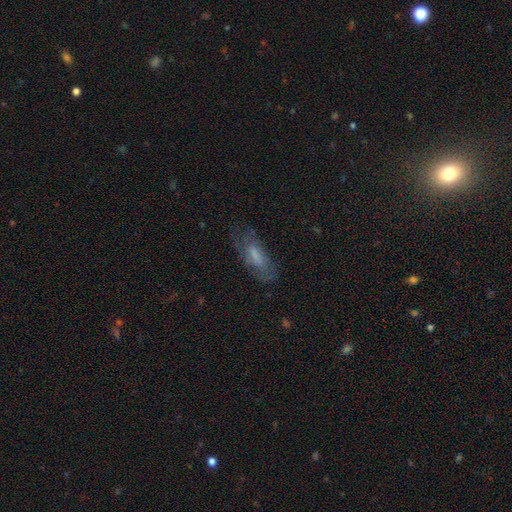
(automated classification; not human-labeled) The model was most divided on "smooth or featured": smooth: 49%, featured or disk: 41%, star or artifact: 9%. More confident: merging — none (64%).